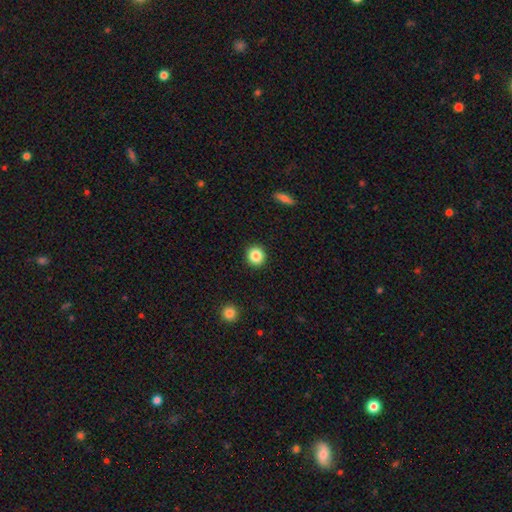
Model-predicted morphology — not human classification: Smooth or featured?
  - smooth: 86% *
  - star or artifact: 10%
  - featured or disk: 5%
How rounded?
  - round: 91% *
  - in between: 8%
  - cigar-shaped: 1%
Merging?
  - none: 93% *
  - minor disturbance: 5%
  - major disturbance: 2%
  - merger: 1%